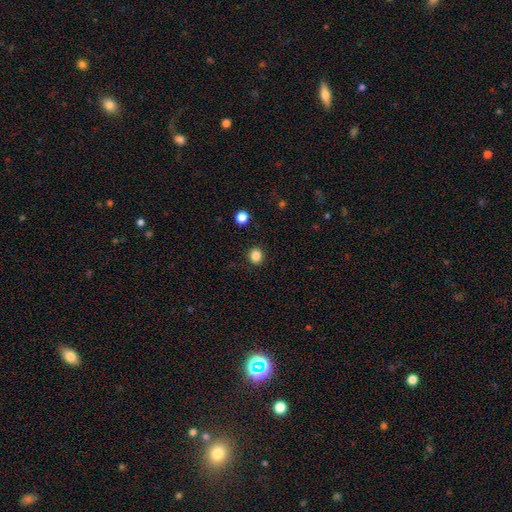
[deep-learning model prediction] This is clearly a smooth galaxy (85%). How rounded: clearly round (80%). Merging: clearly none (90%).